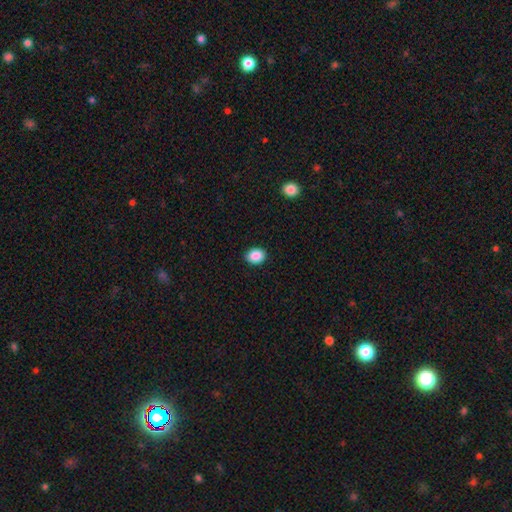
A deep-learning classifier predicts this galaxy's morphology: smooth_or_featured: smooth (p=0.89) [alt: star or artifact p=0.08]
how_rounded: in between (p=0.59) [alt: round p=0.40]
merging: none (p=0.89) [alt: minor disturbance p=0.08]